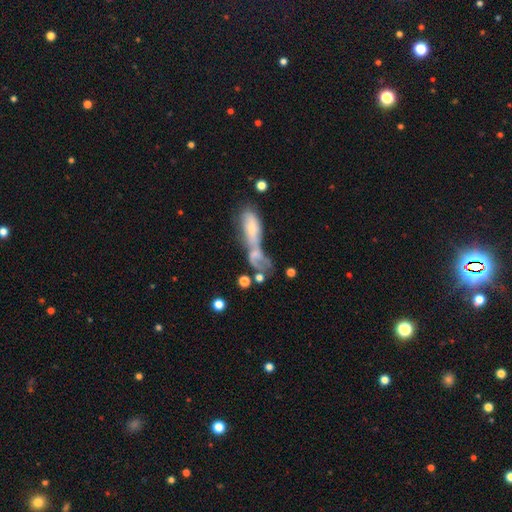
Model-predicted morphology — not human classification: smooth-or-featured: smooth: 48% | featured or disk: 40% | star or artifact: 11%
  merging: merger: 72% | major disturbance: 11% | none: 11% | minor disturbance: 6%